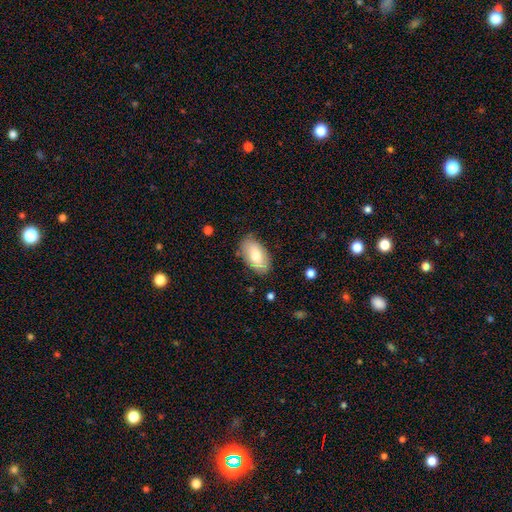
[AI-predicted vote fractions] Smooth or featured? Predicted: smooth (p=0.70). How rounded? Predicted: in between (p=0.94). Merging? Predicted: none (p=0.81).